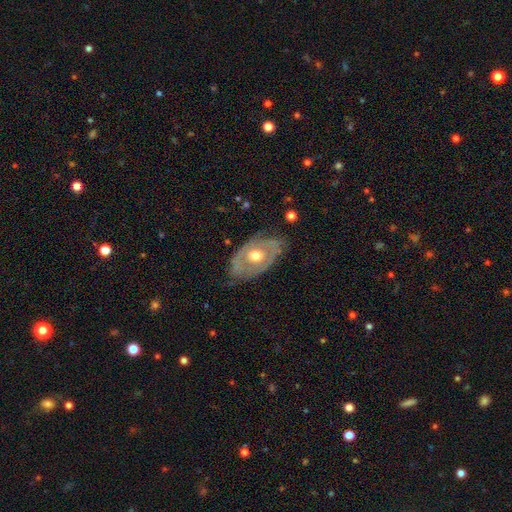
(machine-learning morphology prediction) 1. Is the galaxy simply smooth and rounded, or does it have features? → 69% featured or disk, 26% smooth, 5% star or artifact.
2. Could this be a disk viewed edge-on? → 91% no, 9% yes.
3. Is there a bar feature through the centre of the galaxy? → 86% no, 11% weak, 3% strong.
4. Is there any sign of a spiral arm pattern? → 57% no, 43% yes.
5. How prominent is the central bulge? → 78% moderate, 12% small, 8% large, 1% dominant, 1% none.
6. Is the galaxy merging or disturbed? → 68% none, 23% minor disturbance, 7% major disturbance, 2% merger.